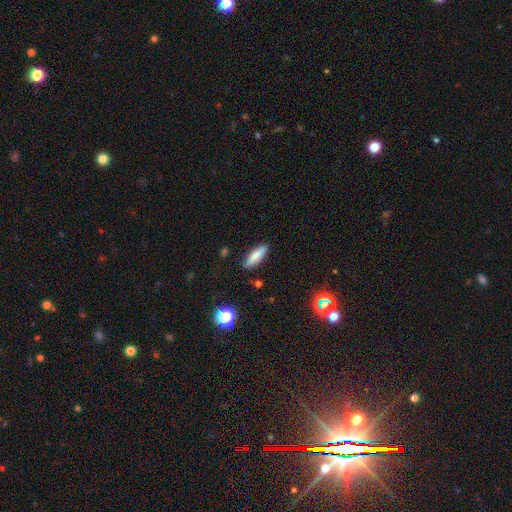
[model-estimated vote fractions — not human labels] Q: Smooth or featured?
A: smooth (79%); runner-up: featured or disk (13%)
Q: How rounded?
A: cigar-shaped (61%); runner-up: in between (37%)
Q: Merging?
A: none (87%); runner-up: minor disturbance (10%)